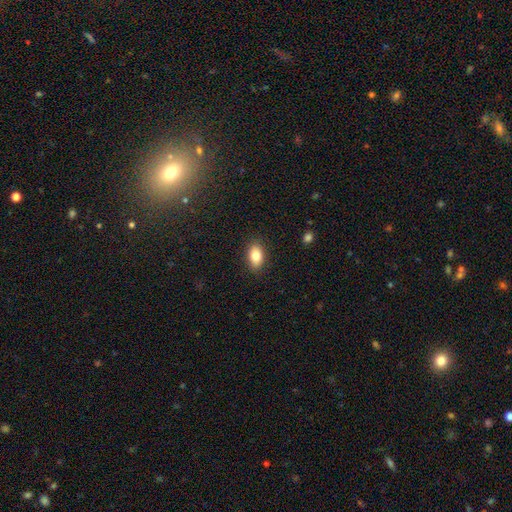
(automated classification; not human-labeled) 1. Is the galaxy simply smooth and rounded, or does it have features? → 83% smooth, 9% featured or disk, 8% star or artifact.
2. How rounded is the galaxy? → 88% in between, 10% round, 2% cigar-shaped.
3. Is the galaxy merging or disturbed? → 88% none, 9% minor disturbance, 2% major disturbance, 1% merger.